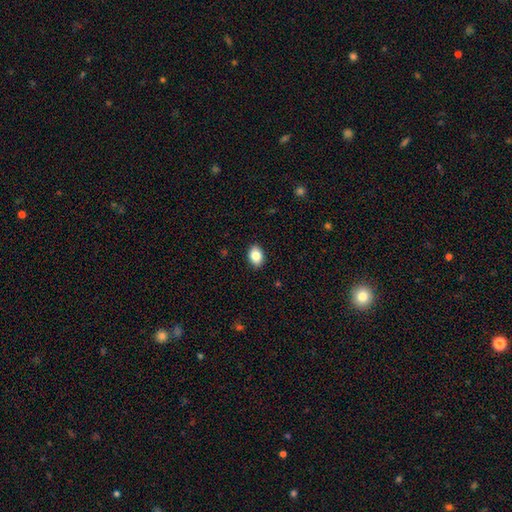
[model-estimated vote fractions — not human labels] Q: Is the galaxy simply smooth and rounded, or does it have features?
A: smooth — 85%.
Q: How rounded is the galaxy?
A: in between — 76%.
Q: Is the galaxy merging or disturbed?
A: none — 89%.